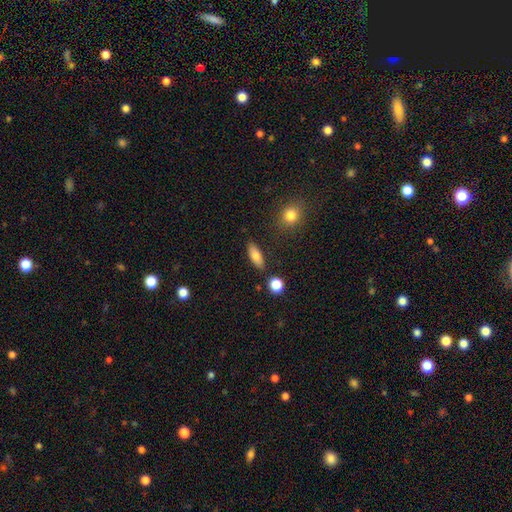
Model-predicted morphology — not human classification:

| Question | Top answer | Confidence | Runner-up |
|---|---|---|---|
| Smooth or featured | smooth | 78% | featured or disk (14%) |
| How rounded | in between | 73% | cigar-shaped (23%) |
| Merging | none | 84% | minor disturbance (10%) |